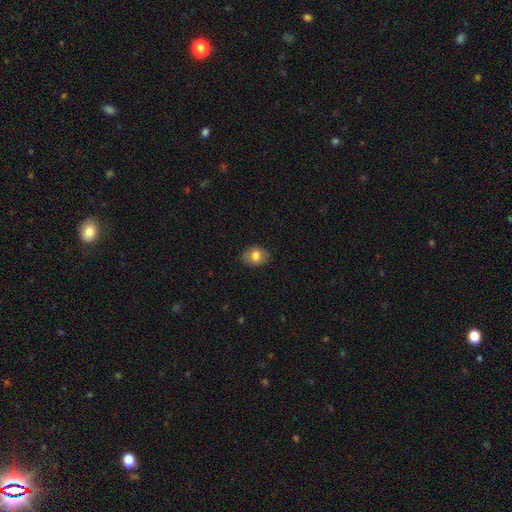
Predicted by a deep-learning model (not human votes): Smooth or featured? Predicted: smooth (p=0.78). How rounded? Predicted: in between (p=0.64). Merging? Predicted: none (p=0.82).